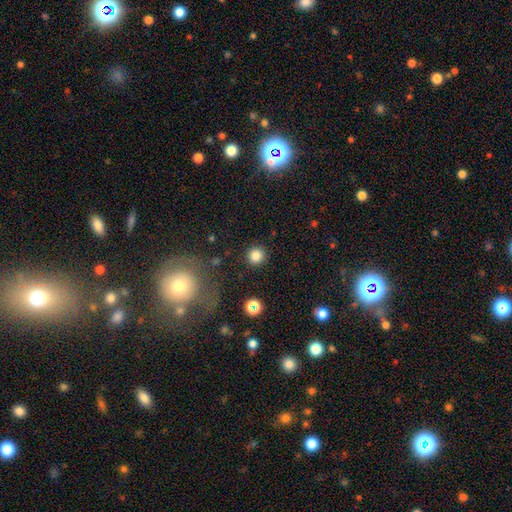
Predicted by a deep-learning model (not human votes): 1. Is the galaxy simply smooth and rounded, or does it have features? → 82% smooth, 12% star or artifact, 5% featured or disk.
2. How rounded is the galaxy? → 95% round, 4% in between, 1% cigar-shaped.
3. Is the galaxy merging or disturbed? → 90% none, 6% minor disturbance, 2% major disturbance, 2% merger.